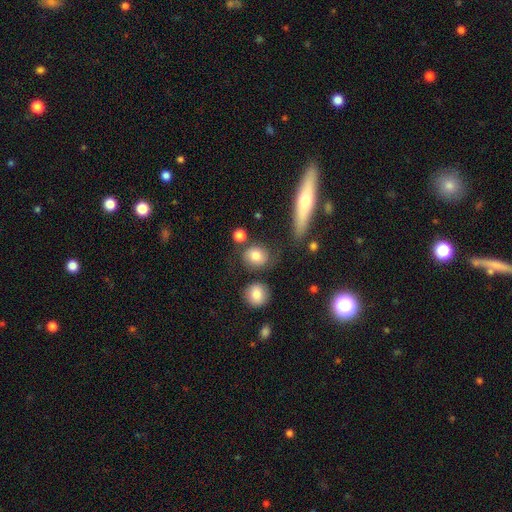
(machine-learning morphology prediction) Smooth or featured: smooth — 75% (featured or disk — 15%)
How rounded: round — 66% (in between — 32%)
Merging: none — 71% (minor disturbance — 15%)